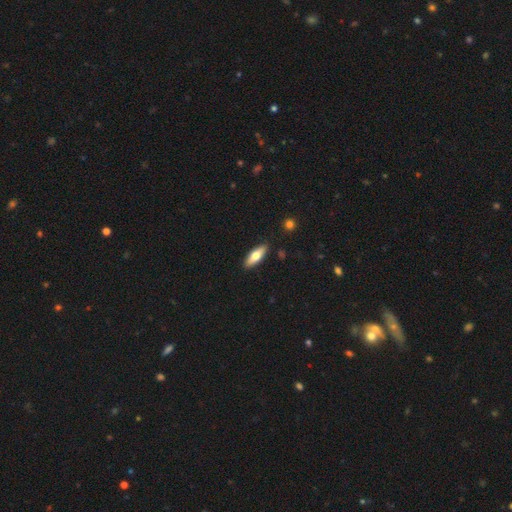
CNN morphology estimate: type=smooth (65%); roundness=in between (60%); merging=none (89%).